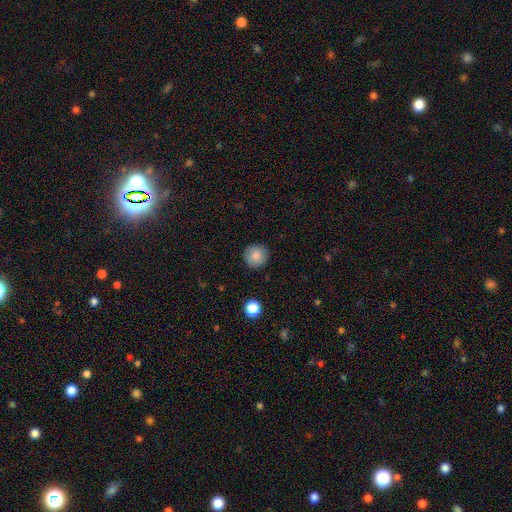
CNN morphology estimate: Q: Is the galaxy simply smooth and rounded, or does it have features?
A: smooth — 84%.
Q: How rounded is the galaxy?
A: round — 94%.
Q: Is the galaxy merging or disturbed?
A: none — 90%.